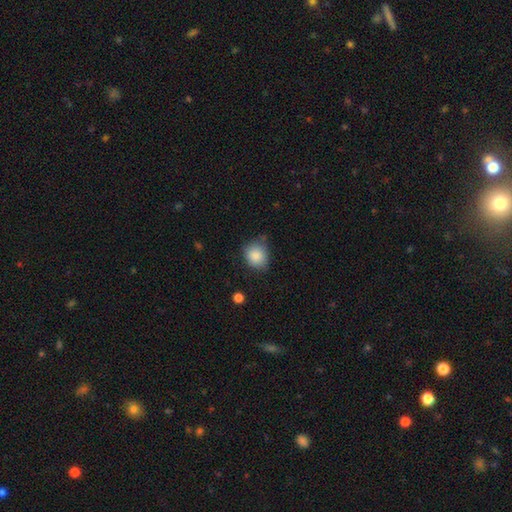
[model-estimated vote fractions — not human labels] smooth 87%, star or artifact 8%, featured or disk 5%. Down the decision tree: how rounded — round (72%); merging — none (66%).